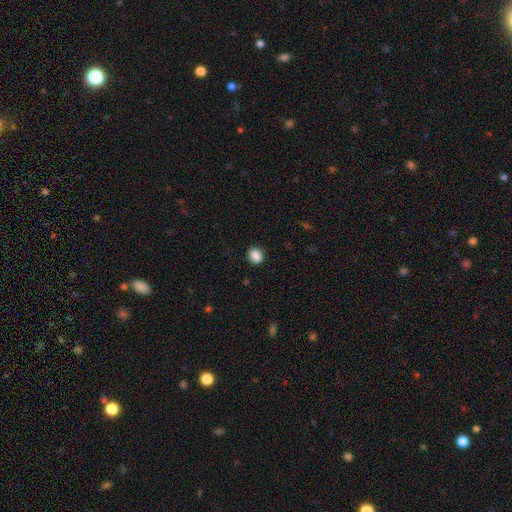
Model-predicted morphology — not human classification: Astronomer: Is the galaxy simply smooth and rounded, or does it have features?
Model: smooth — 87%.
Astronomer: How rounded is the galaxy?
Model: in between — 52% (runner-up: round, 47%).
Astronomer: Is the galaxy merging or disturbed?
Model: none — 87%.